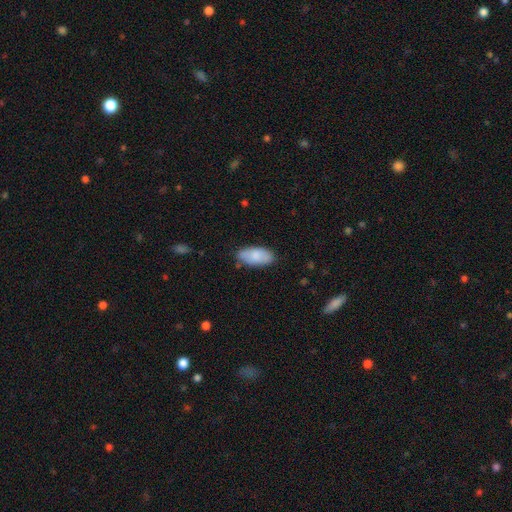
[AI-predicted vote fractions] A smooth galaxy with no disk features (83%) that is in between round and cigar-shaped (92%).

Vote fractions:
- Smooth or featured? smooth: 83% / featured or disk: 11% / star or artifact: 6%
- How rounded? in between: 92% / cigar-shaped: 6% / round: 2%
- Merging? none: 80% / minor disturbance: 16% / major disturbance: 3% / merger: 2%